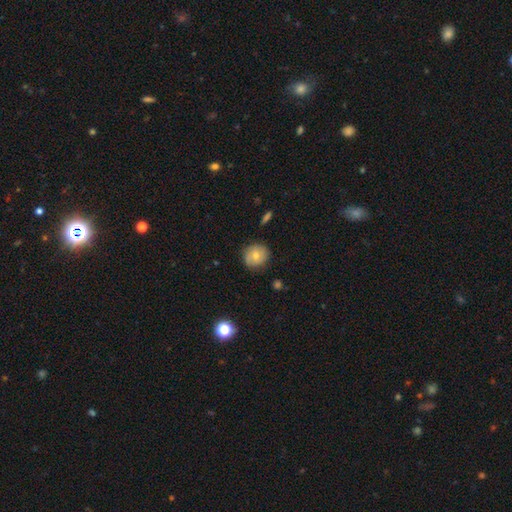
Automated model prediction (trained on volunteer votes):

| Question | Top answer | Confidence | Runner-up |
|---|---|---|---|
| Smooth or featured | smooth | 62% | featured or disk (29%) |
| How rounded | round | 85% | in between (14%) |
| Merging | none | 79% | minor disturbance (16%) |